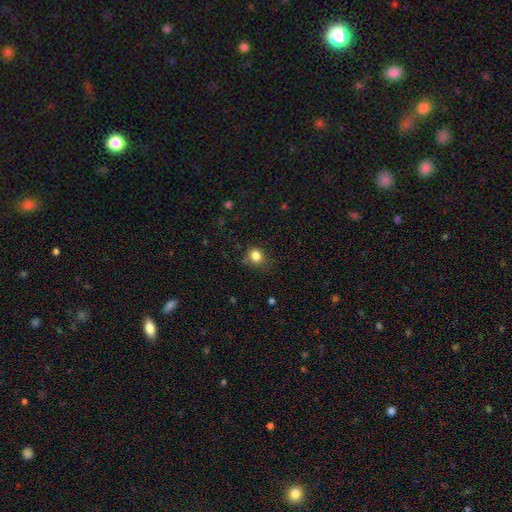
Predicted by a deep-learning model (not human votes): Overall: smooth (83%). How rounded: round (71%). Merging: none (72%).